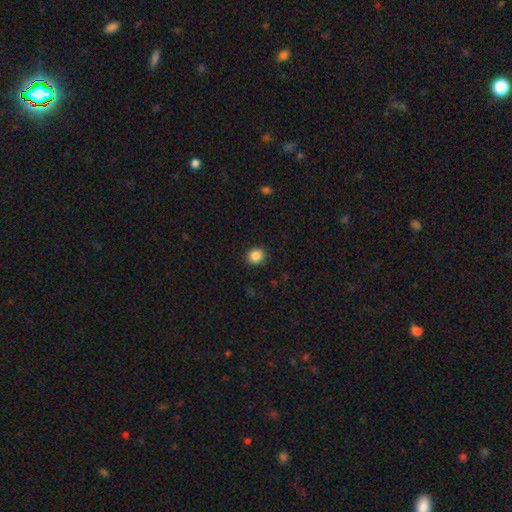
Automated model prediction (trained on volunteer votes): A smooth galaxy with no disk features (87%) that is round (80%).

Vote fractions:
- Smooth or featured? smooth: 87% / star or artifact: 9% / featured or disk: 3%
- How rounded? round: 80% / in between: 19% / cigar-shaped: 1%
- Merging? none: 91% / minor disturbance: 6% / major disturbance: 2% / merger: 1%